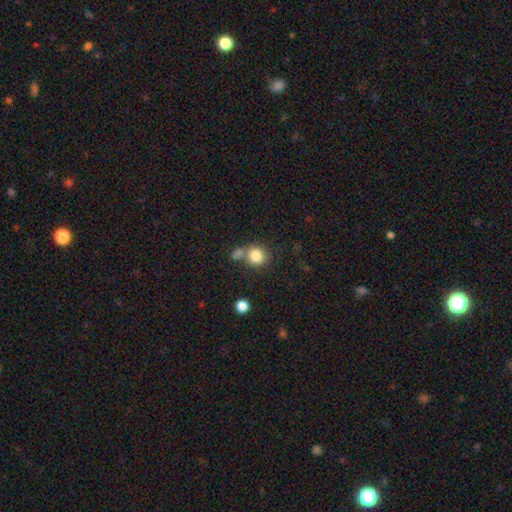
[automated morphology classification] This is clearly a smooth galaxy (83%). How rounded: clearly round (86%). Merging: possibly none (55%).